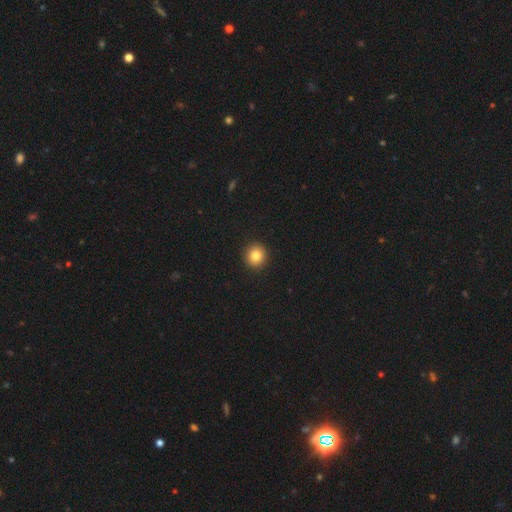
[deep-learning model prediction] Smooth or featured? smooth (83%)
How rounded? round (93%)
Merging? none (93%)